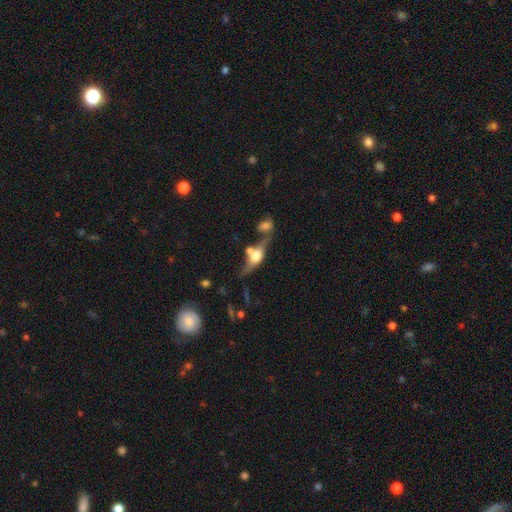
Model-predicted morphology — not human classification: smooth_or_featured: featured or disk (p=0.65) [alt: smooth p=0.27]
disk_edge_on: yes (p=0.85) [alt: no p=0.15]
edge_on_bulge: rounded (p=0.93) [alt: boxy p=0.05]
merging: none (p=0.49) [alt: merger p=0.28]